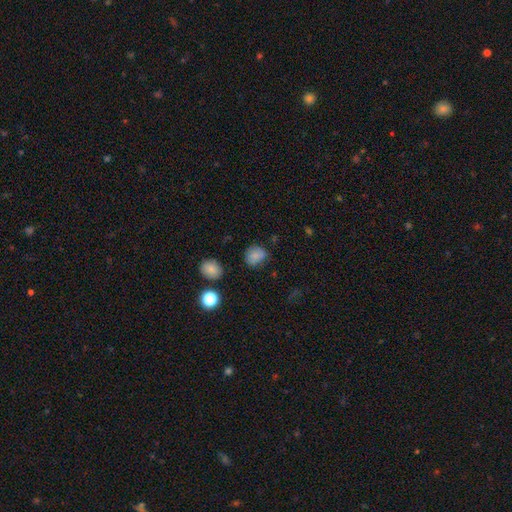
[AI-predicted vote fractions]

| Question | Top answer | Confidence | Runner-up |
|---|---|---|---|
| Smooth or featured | smooth | 81% | star or artifact (12%) |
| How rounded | round | 70% | in between (29%) |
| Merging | none | 69% | minor disturbance (21%) |